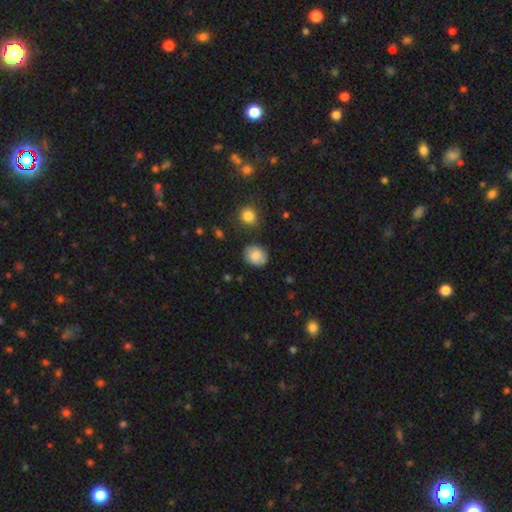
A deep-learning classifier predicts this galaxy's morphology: A smooth galaxy with no disk features (81%) that is round (69%).

Vote fractions:
- Smooth or featured? smooth: 81% / featured or disk: 11% / star or artifact: 8%
- How rounded? round: 69% / in between: 30% / cigar-shaped: 1%
- Merging? none: 79% / minor disturbance: 15% / major disturbance: 4% / merger: 2%